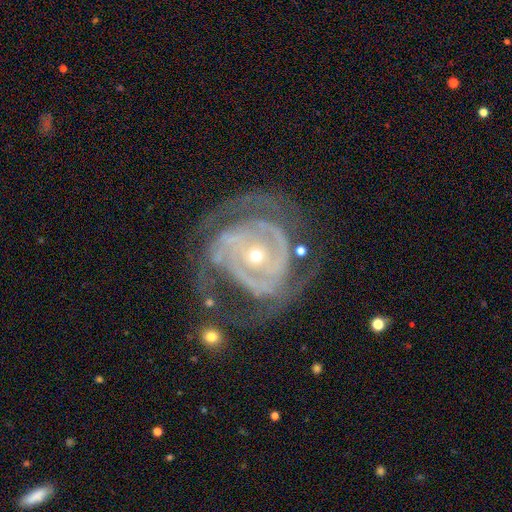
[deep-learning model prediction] A featured or disk galaxy (87%) with no bar (61%), 2 (36%) tight (61%) spiral arms (91%) and a small central bulge (70%). Merging: none (52%).